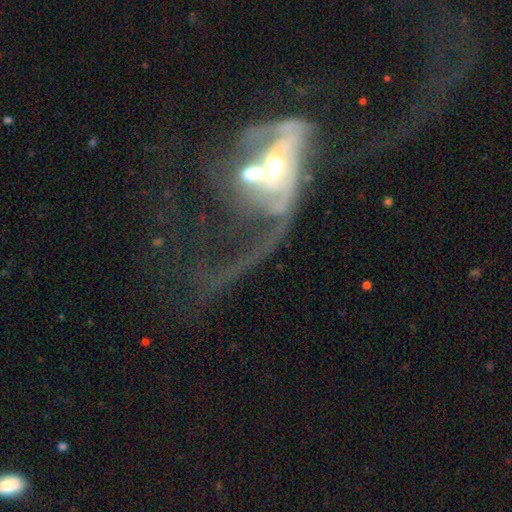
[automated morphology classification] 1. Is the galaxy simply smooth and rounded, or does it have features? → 74% featured or disk, 16% smooth, 10% star or artifact.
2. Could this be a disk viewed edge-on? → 91% no, 9% yes.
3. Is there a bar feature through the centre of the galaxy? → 56% no, 28% weak, 16% strong.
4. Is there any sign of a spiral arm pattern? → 64% yes, 36% no.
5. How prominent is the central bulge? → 59% moderate, 26% small, 9% large, 4% none, 2% dominant.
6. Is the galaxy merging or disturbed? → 55% merger, 31% major disturbance, 9% none, 6% minor disturbance.